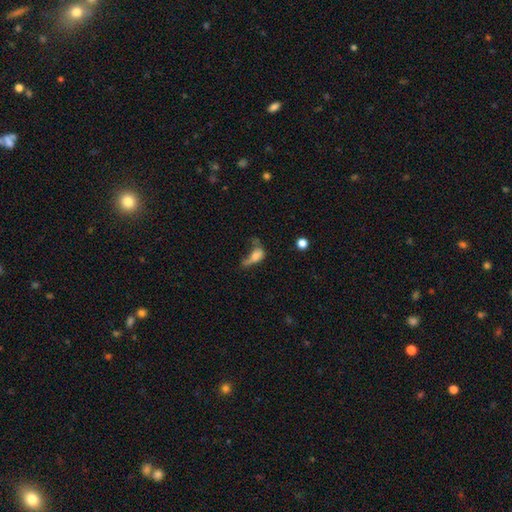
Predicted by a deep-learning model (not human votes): smooth 60%, featured or disk 28%, star or artifact 12%. Down the decision tree: how rounded — in between (76%); merging — major disturbance (50%).